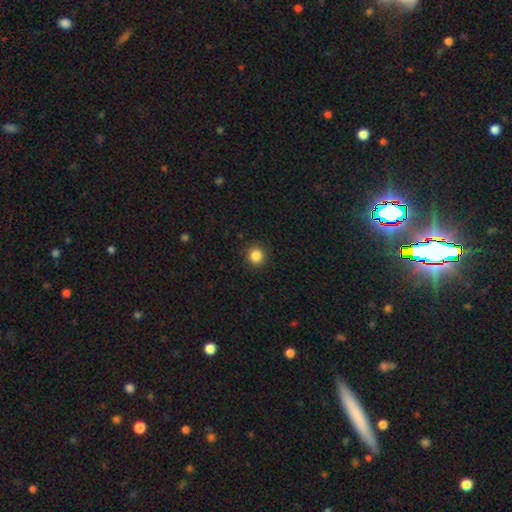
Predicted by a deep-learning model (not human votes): Smooth or featured: smooth — 86% (star or artifact — 11%)
How rounded: round — 92% (in between — 7%)
Merging: none — 91% (minor disturbance — 6%)